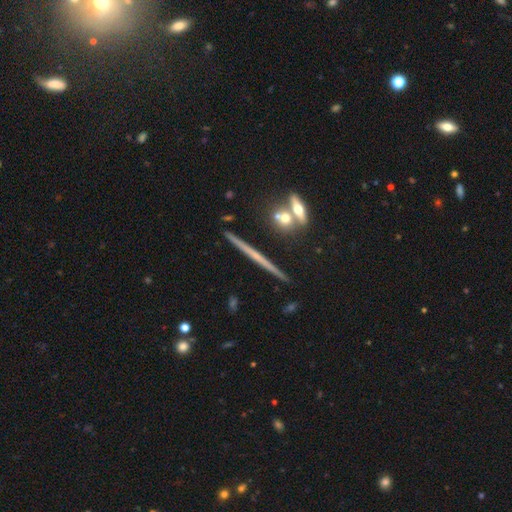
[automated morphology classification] smooth_or_featured: featured or disk (p=0.72) [alt: smooth p=0.20]
disk_edge_on: yes (p=0.98) [alt: no p=0.02]
edge_on_bulge: none (p=0.60) [alt: rounded p=0.34]
merging: none (p=0.85) [alt: minor disturbance p=0.07]